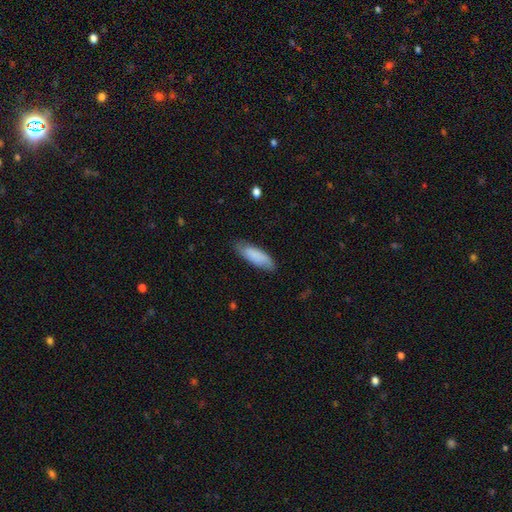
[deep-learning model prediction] smooth_or_featured: smooth (p=0.81) [alt: featured or disk p=0.14]
how_rounded: in between (p=0.56) [alt: cigar-shaped p=0.43]
merging: none (p=0.77) [alt: minor disturbance p=0.19]